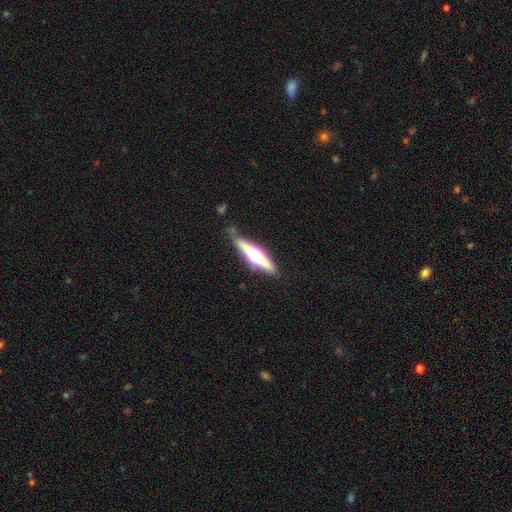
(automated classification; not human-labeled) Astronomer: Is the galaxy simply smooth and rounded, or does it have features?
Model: featured or disk — 63%.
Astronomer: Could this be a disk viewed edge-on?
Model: yes — 95%.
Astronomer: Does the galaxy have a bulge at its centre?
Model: rounded — 89%.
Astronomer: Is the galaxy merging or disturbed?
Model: none — 77%.